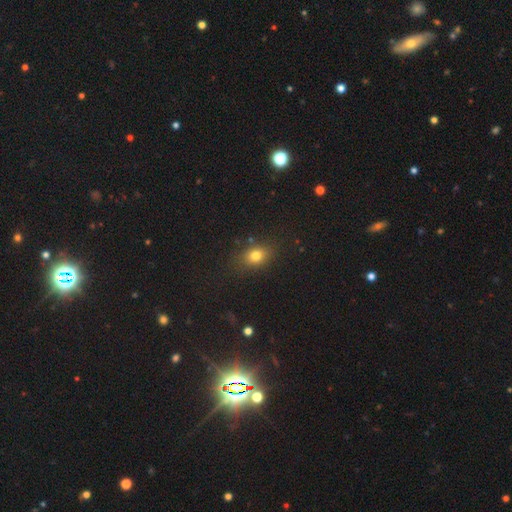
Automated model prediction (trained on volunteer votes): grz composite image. It shows a smooth galaxy with no disk features (78%) that is in between round and cigar-shaped (62%). Merging: none (80%).